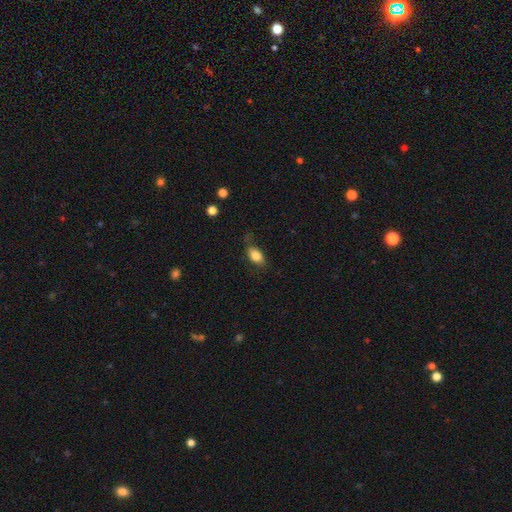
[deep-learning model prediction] Morphology: type=smooth (83%); roundness=in between (85%); merging=none (65%).